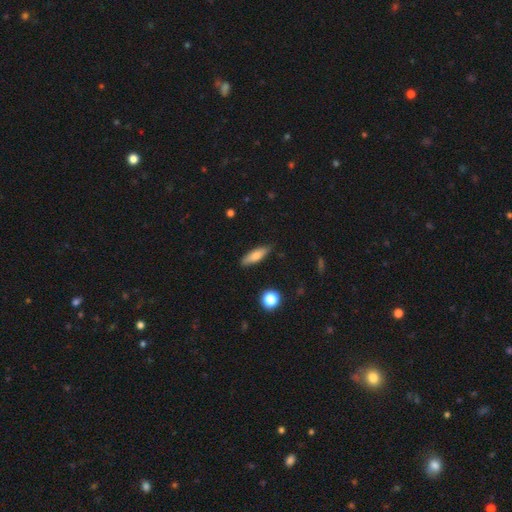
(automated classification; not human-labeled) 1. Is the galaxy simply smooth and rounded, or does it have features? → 73% smooth, 20% featured or disk, 7% star or artifact.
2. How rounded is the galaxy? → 55% cigar-shaped, 42% in between, 3% round.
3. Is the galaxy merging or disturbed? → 85% none, 11% minor disturbance, 2% major disturbance, 2% merger.